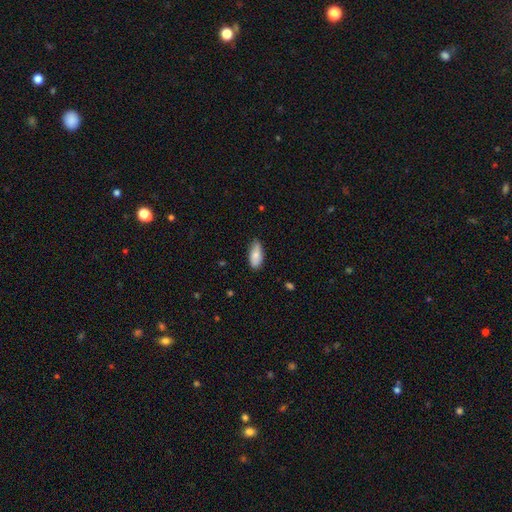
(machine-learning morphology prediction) smooth 81%, featured or disk 13%, star or artifact 6%. Down the decision tree: how rounded — in between (86%); merging — none (78%).